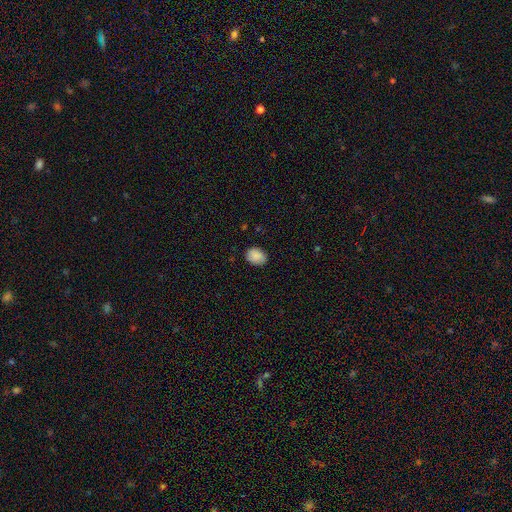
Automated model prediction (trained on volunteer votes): Q: Smooth or featured?
A: smooth (88%); runner-up: star or artifact (8%)
Q: How rounded?
A: in between (60%); runner-up: round (39%)
Q: Merging?
A: none (82%); runner-up: minor disturbance (14%)